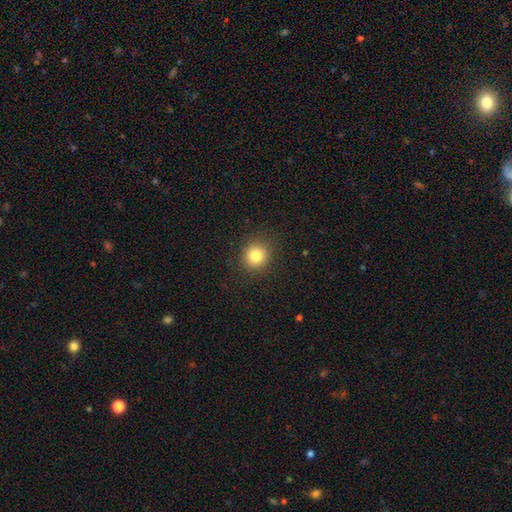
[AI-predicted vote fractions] A smooth galaxy with no disk features (82%) that is round (89%).

Vote fractions:
- Smooth or featured? smooth: 82% / star or artifact: 12% / featured or disk: 7%
- How rounded? round: 89% / in between: 10% / cigar-shaped: 1%
- Merging? none: 90% / minor disturbance: 7% / major disturbance: 3% / merger: 1%